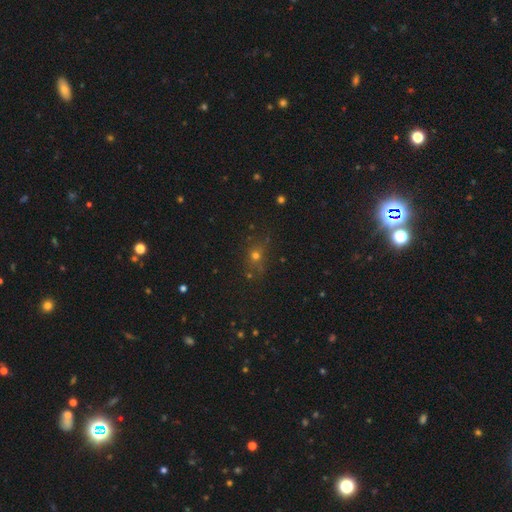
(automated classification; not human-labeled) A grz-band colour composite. It shows a smooth galaxy with no disk features (58%) that is round (74%). Merging: none (75%).